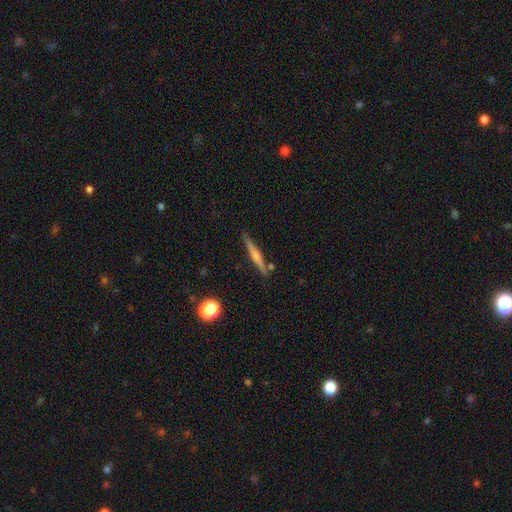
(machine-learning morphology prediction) Overall: featured or disk (55%; smooth 37%). Edge-on disk: yes (97%). Edge-on bulge: rounded (69%). Merging: none (85%).